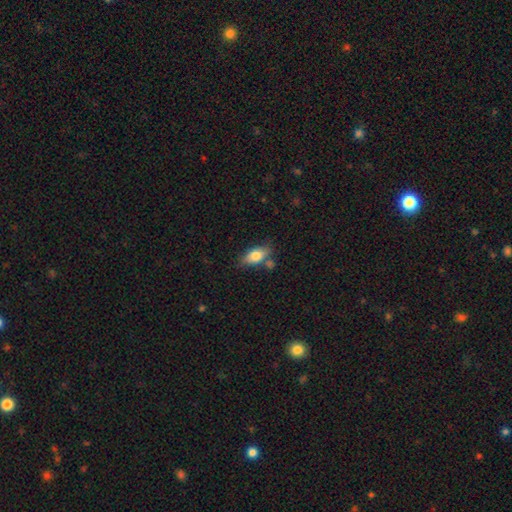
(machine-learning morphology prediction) This appears to be a smooth galaxy with no disk features (75%) that is in between round and cigar-shaped (83%). Merging: none (67%).